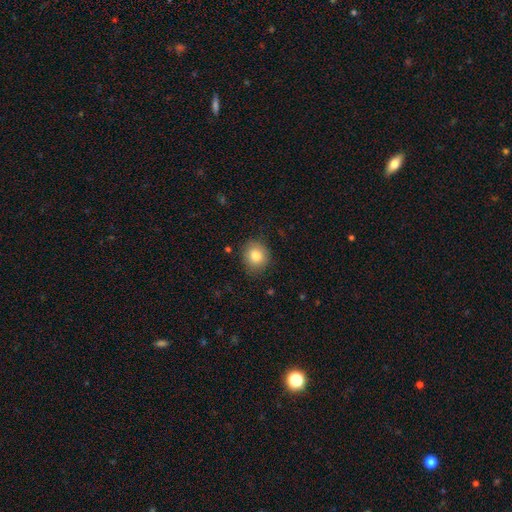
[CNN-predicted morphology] A smooth galaxy with no disk features (83%) that is round (74%). Merging: none (84%).